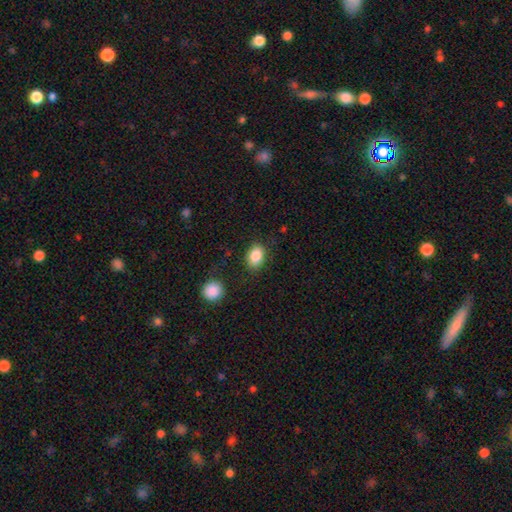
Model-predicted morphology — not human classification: Q: Smooth or featured?
A: smooth (87%); runner-up: star or artifact (8%)
Q: How rounded?
A: in between (81%); runner-up: round (18%)
Q: Merging?
A: none (81%); runner-up: minor disturbance (12%)